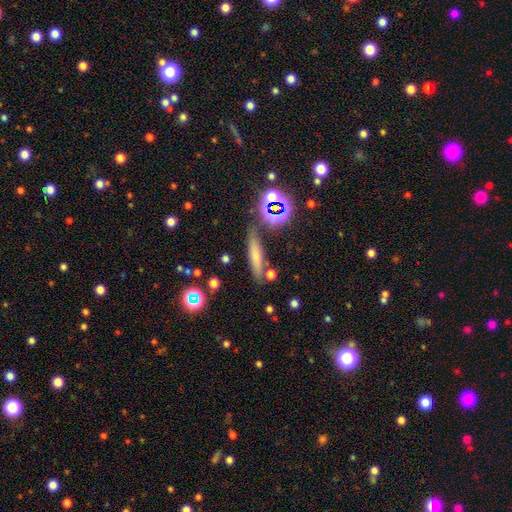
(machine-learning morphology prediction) A smooth galaxy with no disk features (60%) that is cigar-shaped (82%). Merging: none (77%).